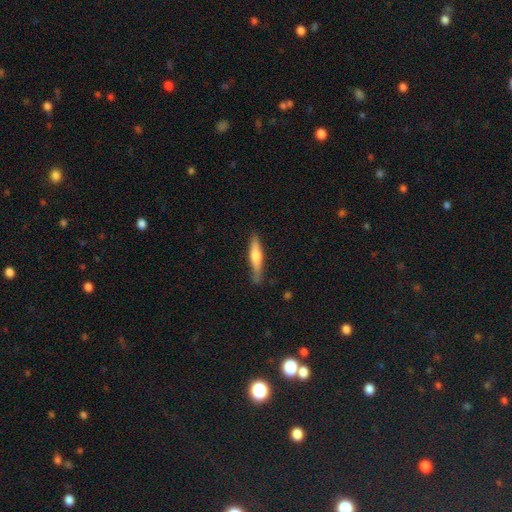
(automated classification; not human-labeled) smooth 56%, featured or disk 38%, star or artifact 5%. Down the decision tree: how rounded — cigar-shaped (88%); merging — none (80%).